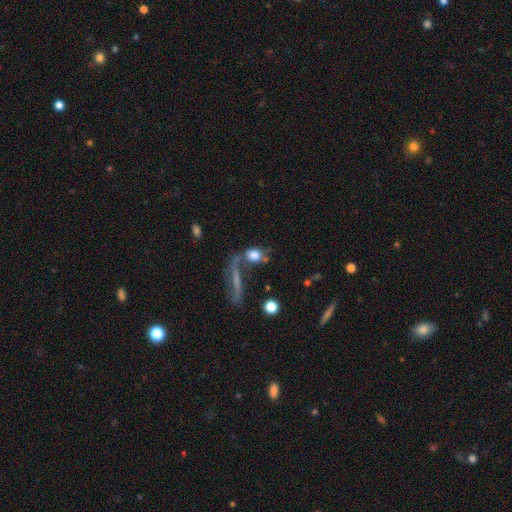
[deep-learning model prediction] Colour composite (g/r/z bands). It shows a smooth galaxy with no disk features (61%) that is in between round and cigar-shaped (48%). Merging: merger (34%).